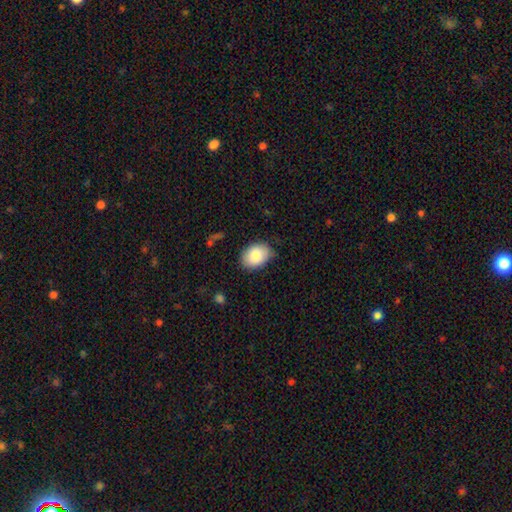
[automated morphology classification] Smooth or featured?
  - smooth: 85% *
  - featured or disk: 8%
  - star or artifact: 7%
How rounded?
  - in between: 78% *
  - round: 21%
  - cigar-shaped: 1%
Merging?
  - none: 79% *
  - minor disturbance: 17%
  - major disturbance: 3%
  - merger: 1%